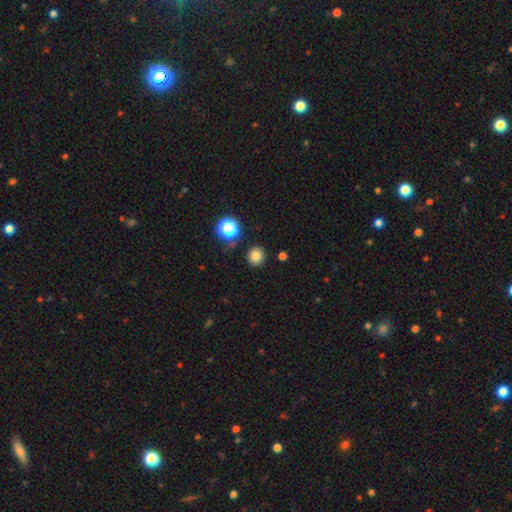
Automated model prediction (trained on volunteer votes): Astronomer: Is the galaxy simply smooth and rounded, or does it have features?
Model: smooth — 80%.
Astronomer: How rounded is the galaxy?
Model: round — 92%.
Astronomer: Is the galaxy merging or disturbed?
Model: none — 88%.